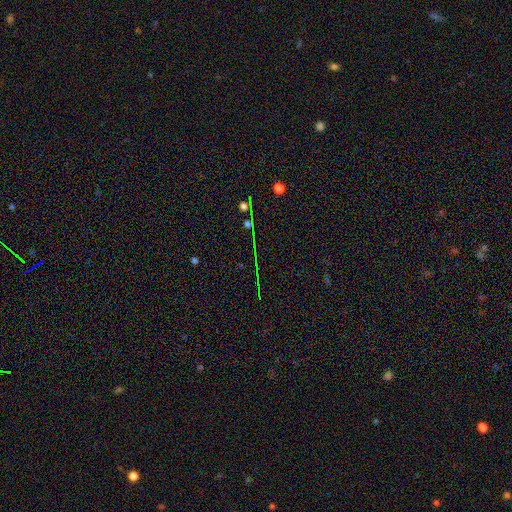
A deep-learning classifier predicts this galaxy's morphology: Smooth or featured? star or artifact (75%)